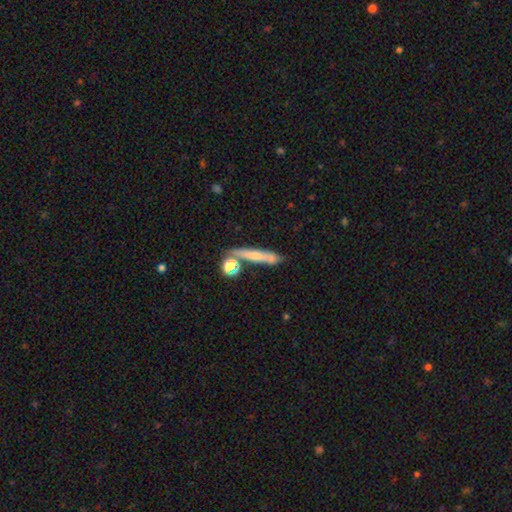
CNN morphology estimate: Smooth or featured? smooth (57%)
How rounded? cigar-shaped (82%)
Merging? none (66%)